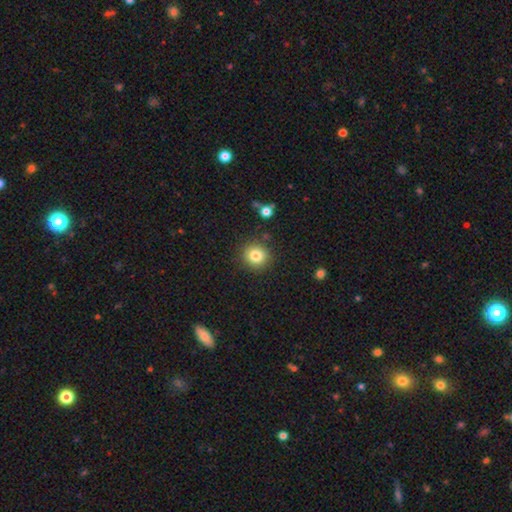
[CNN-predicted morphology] A smooth galaxy with no disk features (82%) that is round (89%). Merging: none (87%).